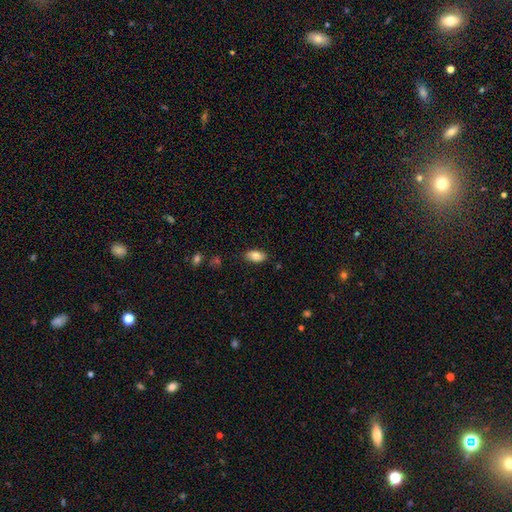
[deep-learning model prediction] The model was most divided on "smooth or featured": smooth: 82%, featured or disk: 10%, star or artifact: 7%. More confident: how rounded — in between (93%); merging — none (85%).